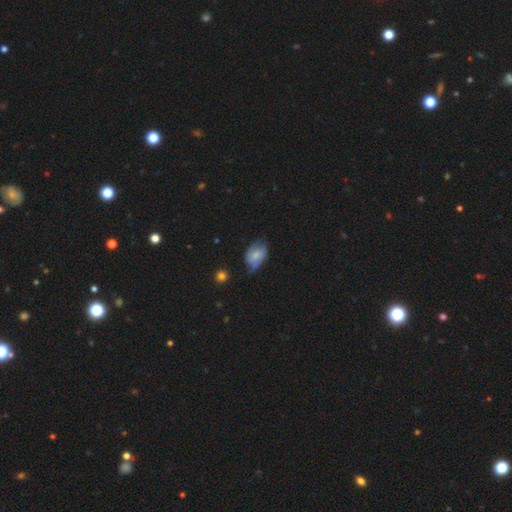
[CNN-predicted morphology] This appears to be a smooth galaxy with no disk features (59%) that is in between round and cigar-shaped (83%). Merging: none (42%).